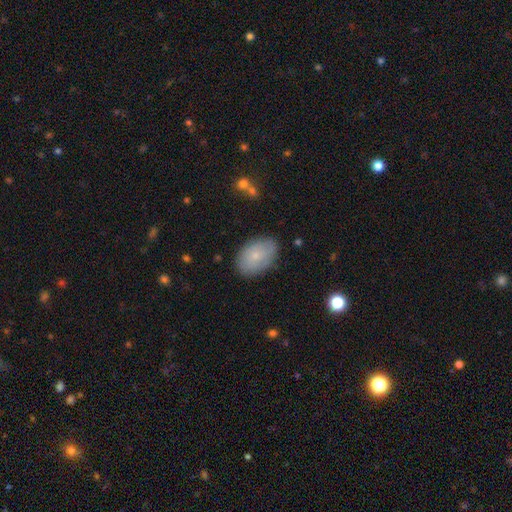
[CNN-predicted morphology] The model was most divided on "smooth or featured": smooth: 72%, featured or disk: 22%, star or artifact: 7%. More confident: how rounded — in between (88%); merging — none (81%).